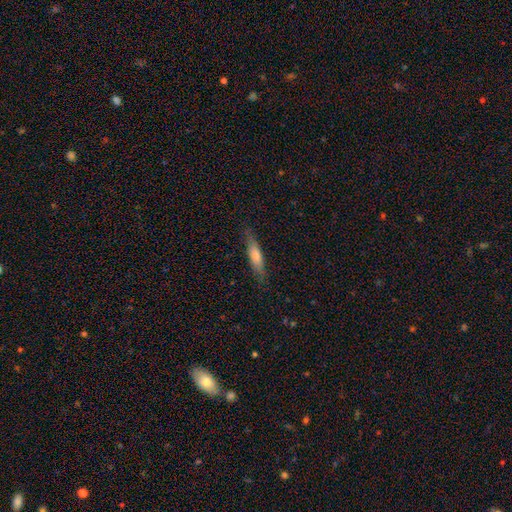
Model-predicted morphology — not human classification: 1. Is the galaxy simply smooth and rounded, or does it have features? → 73% smooth, 22% featured or disk, 6% star or artifact.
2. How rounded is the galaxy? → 74% cigar-shaped, 25% in between, 1% round.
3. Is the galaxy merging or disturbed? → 80% none, 15% minor disturbance, 3% major disturbance, 1% merger.